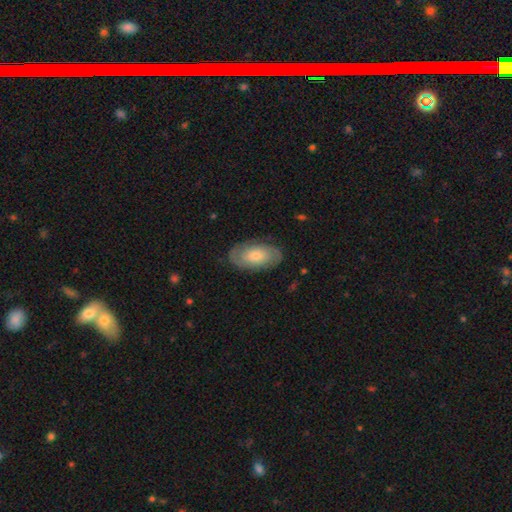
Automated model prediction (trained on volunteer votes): This appears to be a featured or disk galaxy (66%) with no bar (73%), 2 (75%) tight (57%) spiral arms (85%) and a small central bulge (53%). Merging: none (82%).